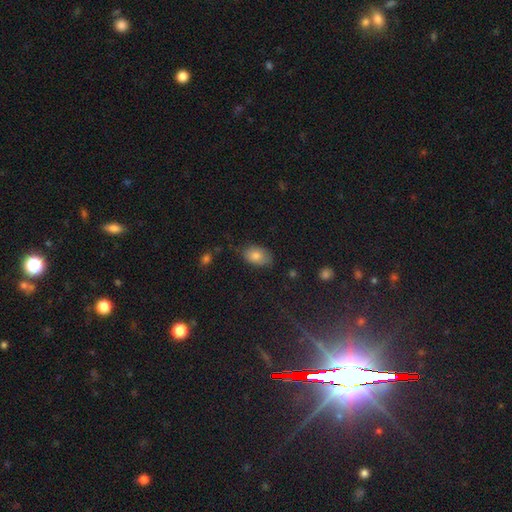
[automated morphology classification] smooth 80%, featured or disk 11%, star or artifact 9%. Down the decision tree: how rounded — in between (86%); merging — none (72%).